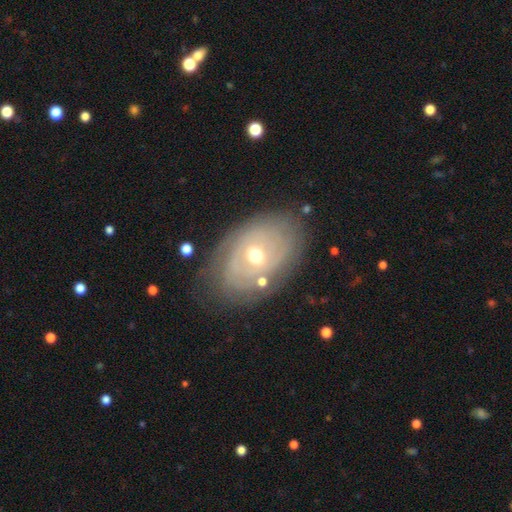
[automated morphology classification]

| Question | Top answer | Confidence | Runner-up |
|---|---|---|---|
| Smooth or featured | featured or disk | 73% | smooth (20%) |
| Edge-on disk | no | 94% | yes (6%) |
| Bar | no | 67% | weak (27%) |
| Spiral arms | yes | 69% | no (31%) |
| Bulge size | moderate | 61% | small (35%) |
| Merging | none | 74% | minor disturbance (17%) |